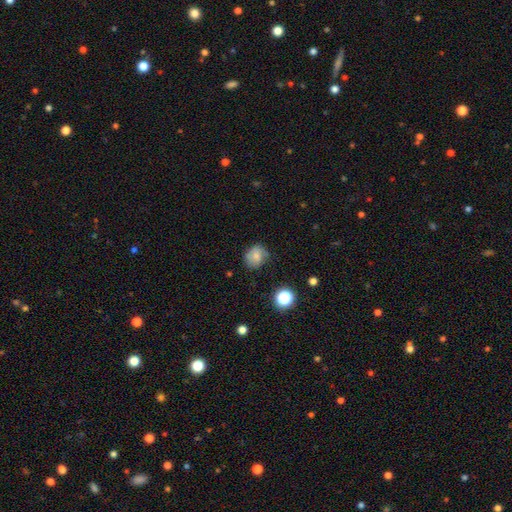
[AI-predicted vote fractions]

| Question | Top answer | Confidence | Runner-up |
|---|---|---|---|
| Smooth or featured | smooth | 73% | featured or disk (15%) |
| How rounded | round | 66% | in between (33%) |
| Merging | none | 67% | minor disturbance (25%) |